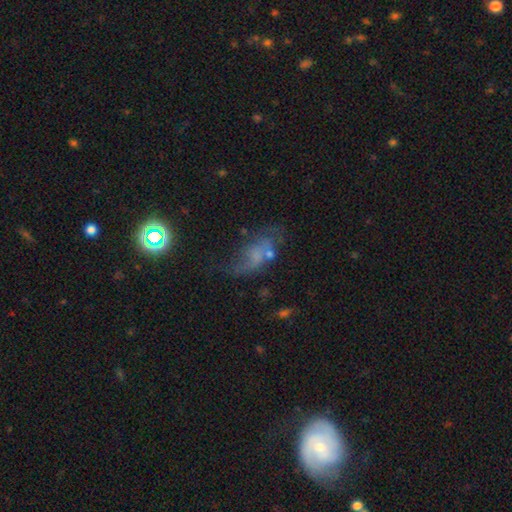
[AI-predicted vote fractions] Smooth or featured? Predicted: featured or disk (p=0.42). Merging? Predicted: none (p=0.40).